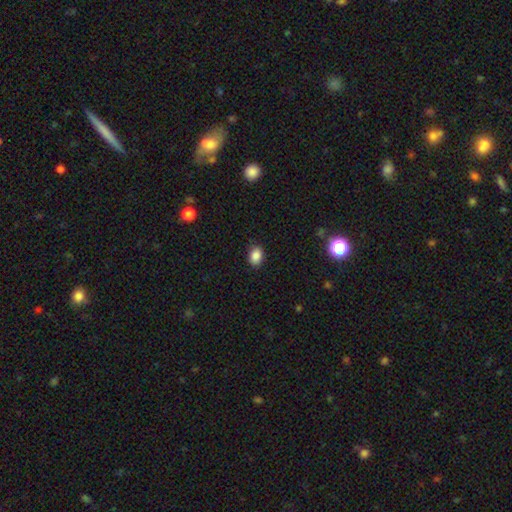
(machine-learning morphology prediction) This is clearly a smooth galaxy (87%). How rounded: likely in between (73%). Merging: clearly none (85%).